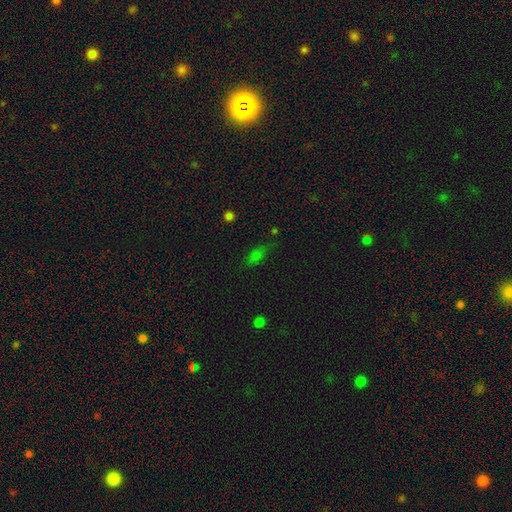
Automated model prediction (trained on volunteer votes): Smooth or featured: smooth — 62% (star or artifact — 28%)
How rounded: in between — 74% (cigar-shaped — 17%)
Merging: none — 65% (minor disturbance — 22%)